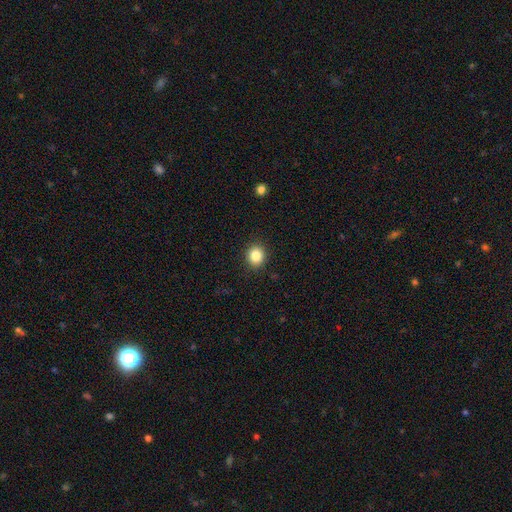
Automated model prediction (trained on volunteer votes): This appears to be a smooth galaxy with no disk features (85%) that is round (77%). Merging: none (91%).